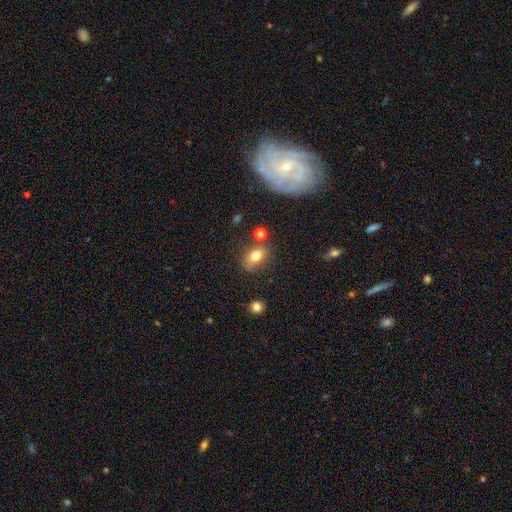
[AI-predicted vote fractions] This is likely a smooth galaxy (76%). How rounded: likely in between (77%). Merging: likely none (68%).